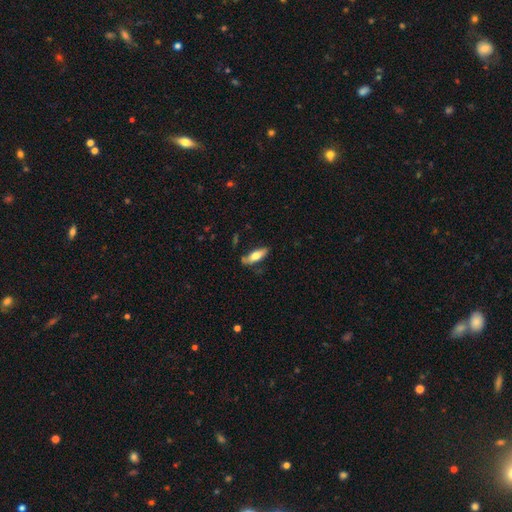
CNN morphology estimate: The model was most divided on "how rounded": in between: 61%, cigar-shaped: 36%, round: 2%. More confident: merging — none (73%); smooth or featured — smooth (66%).